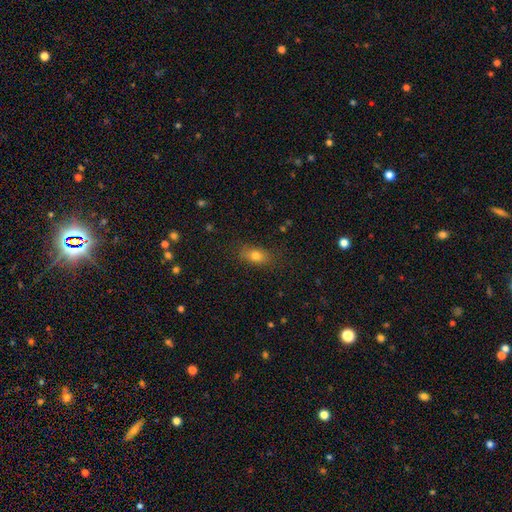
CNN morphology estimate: A smooth galaxy with no disk features (77%) that is in between round and cigar-shaped (79%). Merging: none (81%).